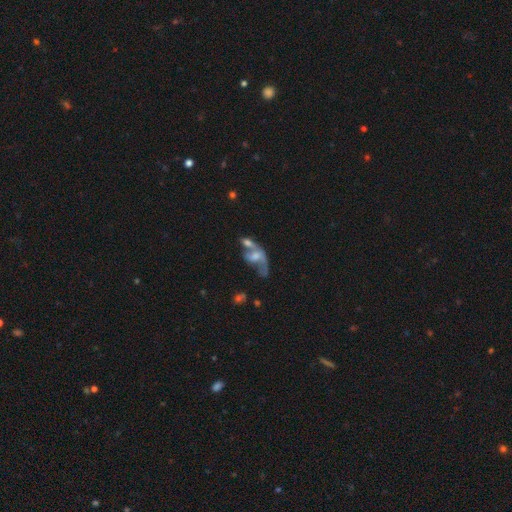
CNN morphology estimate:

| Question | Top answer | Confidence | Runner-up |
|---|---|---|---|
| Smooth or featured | featured or disk | 49% | smooth (40%) |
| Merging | merger | 56% | major disturbance (21%) |